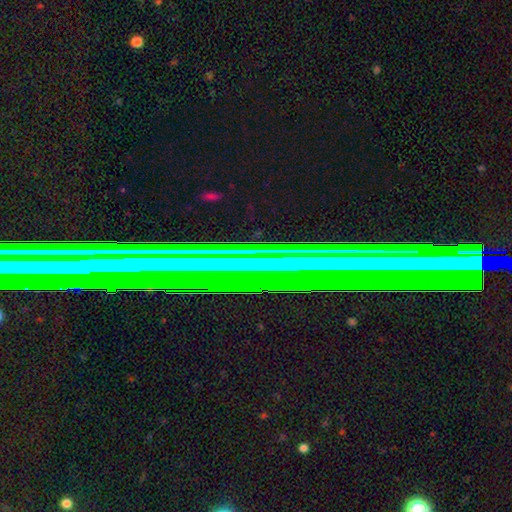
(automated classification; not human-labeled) smooth_or_featured: star or artifact (p=0.55) [alt: featured or disk p=0.33]